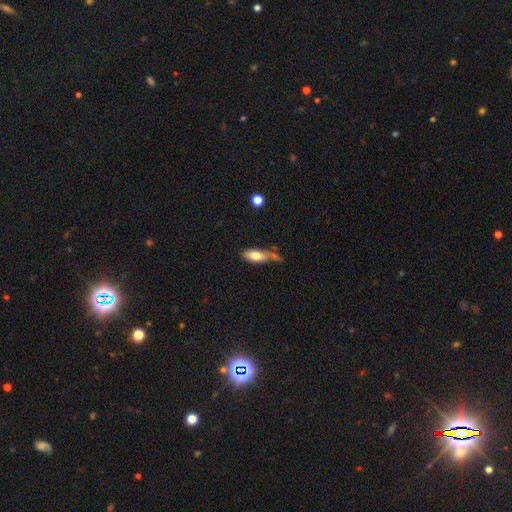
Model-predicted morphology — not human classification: Smooth or featured? smooth (71%)
How rounded? in between (72%)
Merging? none (46%)